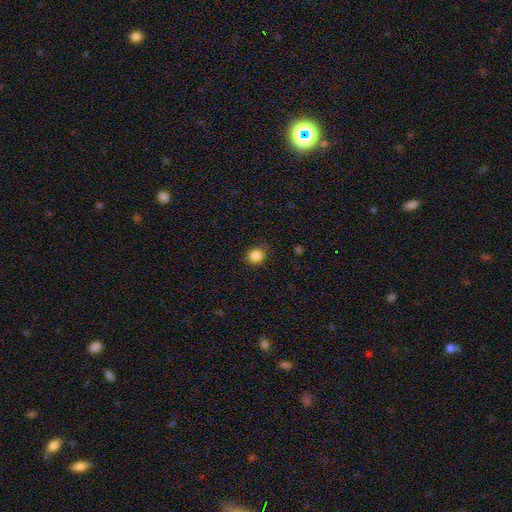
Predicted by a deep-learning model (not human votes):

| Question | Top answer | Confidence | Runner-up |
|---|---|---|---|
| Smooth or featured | smooth | 86% | star or artifact (11%) |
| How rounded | round | 74% | in between (25%) |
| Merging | none | 83% | minor disturbance (13%) |